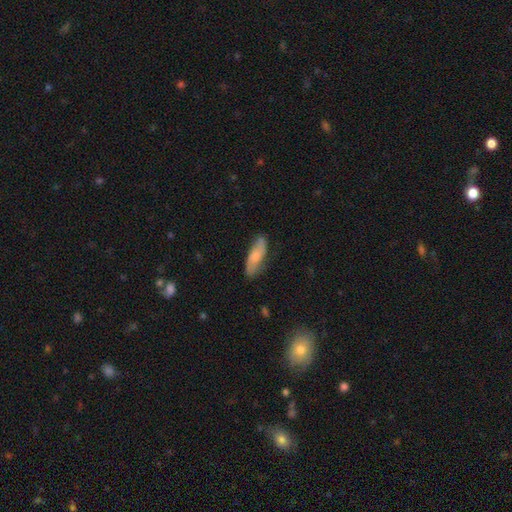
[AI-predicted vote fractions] This appears to be a smooth galaxy with no disk features (63%) that is in between round and cigar-shaped (56%). Merging: none (77%).